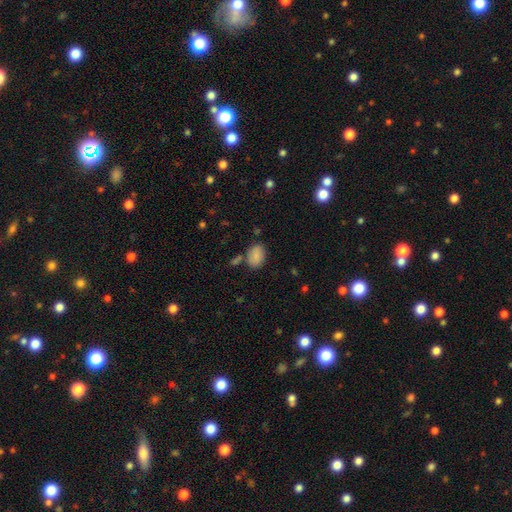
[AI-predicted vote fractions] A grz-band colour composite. It shows a smooth galaxy with no disk features (86%) that is in between round and cigar-shaped (82%). Merging: none (71%).